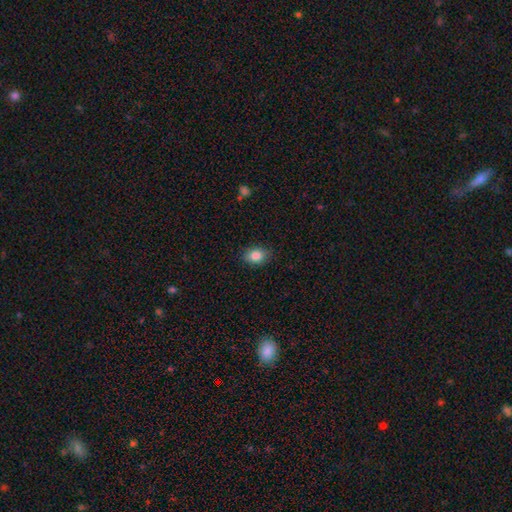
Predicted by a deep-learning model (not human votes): Smooth or featured? smooth (86%)
How rounded? in between (72%)
Merging? none (86%)